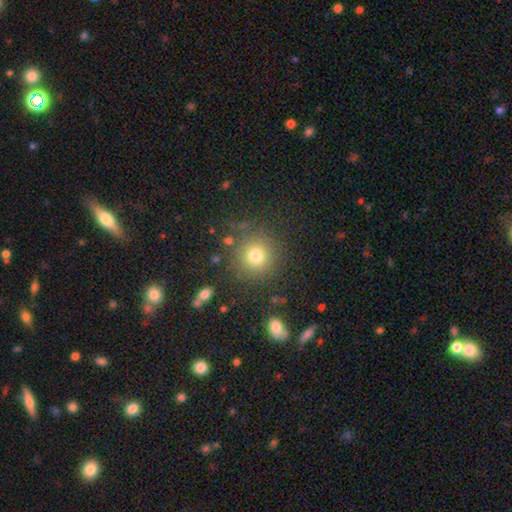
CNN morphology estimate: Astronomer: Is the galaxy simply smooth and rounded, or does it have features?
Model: smooth — 76%.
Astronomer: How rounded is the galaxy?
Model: round — 93%.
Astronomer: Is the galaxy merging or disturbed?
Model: none — 85%.